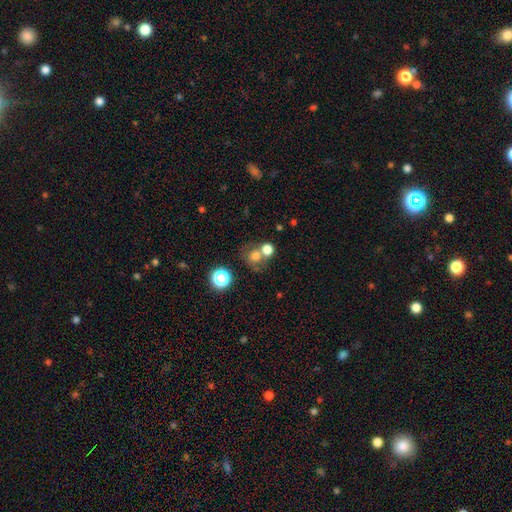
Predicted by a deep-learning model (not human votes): smooth-or-featured: smooth: 70% | star or artifact: 17% | featured or disk: 13%
  how-rounded: round: 83% | in between: 16% | cigar-shaped: 1%
  merging: none: 46% | merger: 40% | minor disturbance: 8% | major disturbance: 5%